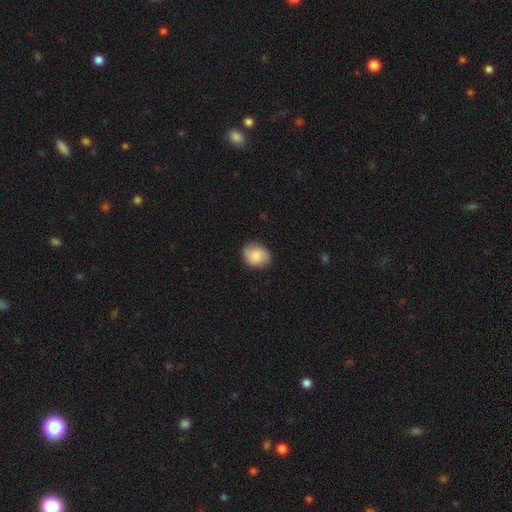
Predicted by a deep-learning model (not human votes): A smooth galaxy with no disk features (77%) that is round (55%). Merging: none (79%).